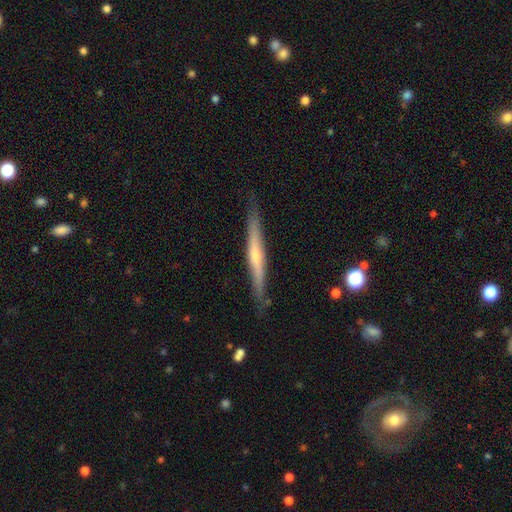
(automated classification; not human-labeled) Overall: featured or disk (65%; smooth 29%). Edge-on disk: yes (96%). Edge-on bulge: rounded (60%; none 35%). Merging: none (87%).